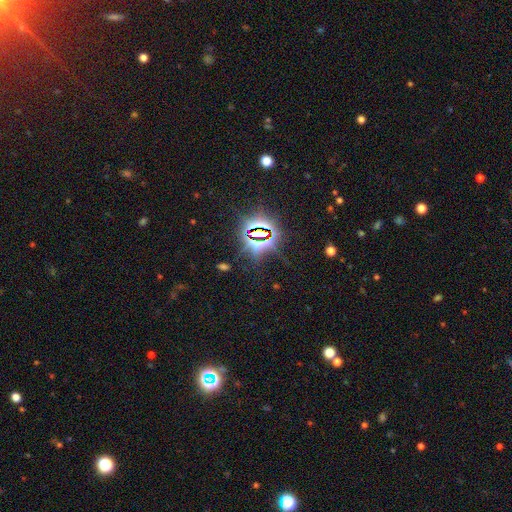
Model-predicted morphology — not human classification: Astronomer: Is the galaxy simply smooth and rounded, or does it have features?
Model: star or artifact — 83%.